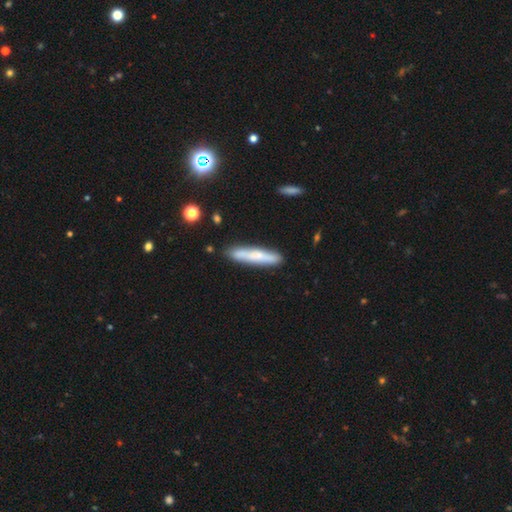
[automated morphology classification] A smooth galaxy with no disk features (63%) that is cigar-shaped (91%). Merging: none (86%).